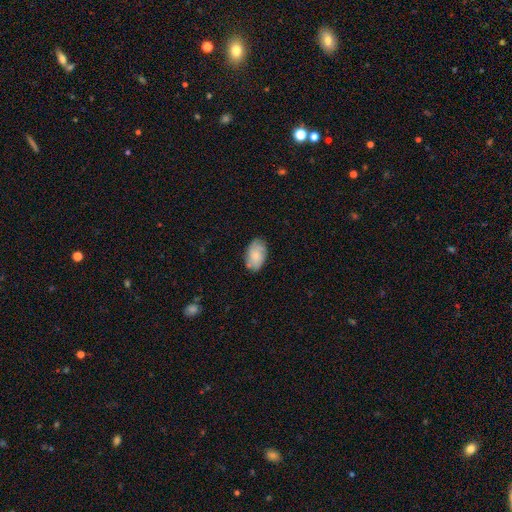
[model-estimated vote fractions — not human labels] Smooth or featured? Predicted: smooth (p=0.69). How rounded? Predicted: in between (p=0.91). Merging? Predicted: none (p=0.76).